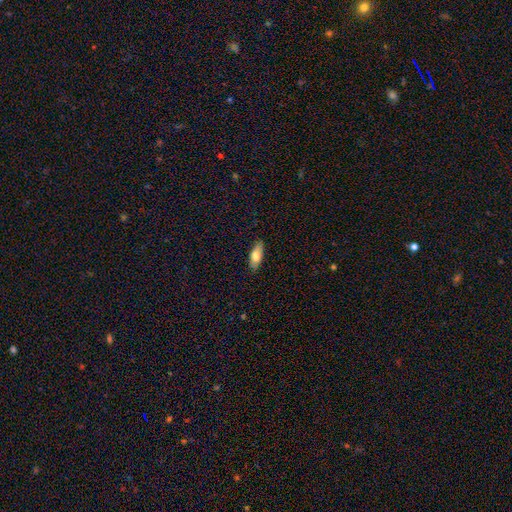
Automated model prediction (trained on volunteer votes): Q: Smooth or featured?
A: smooth (73%); runner-up: featured or disk (20%)
Q: How rounded?
A: in between (74%); runner-up: cigar-shaped (23%)
Q: Merging?
A: none (85%); runner-up: minor disturbance (12%)